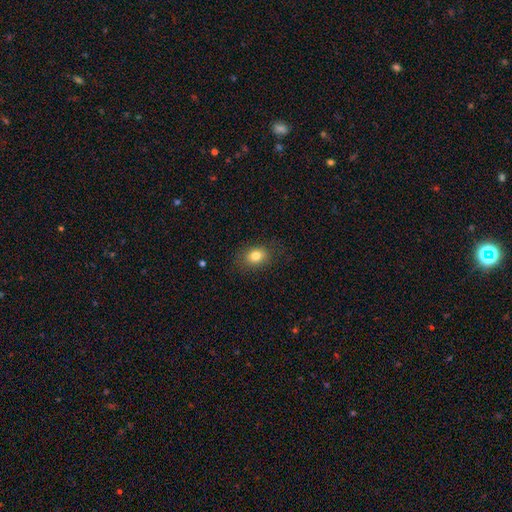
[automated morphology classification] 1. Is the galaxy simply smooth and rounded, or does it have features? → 81% smooth, 10% star or artifact, 9% featured or disk.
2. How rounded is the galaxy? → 63% in between, 36% round, 1% cigar-shaped.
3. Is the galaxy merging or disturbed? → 82% none, 12% minor disturbance, 4% major disturbance, 1% merger.